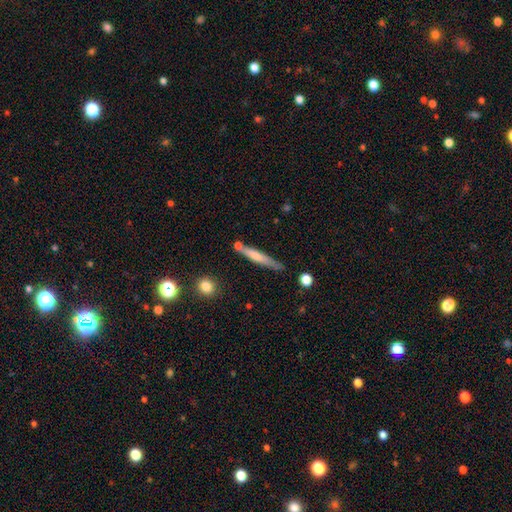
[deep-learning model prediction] This appears to be a smooth galaxy with no disk features (57%) that is cigar-shaped (93%). Merging: none (67%).